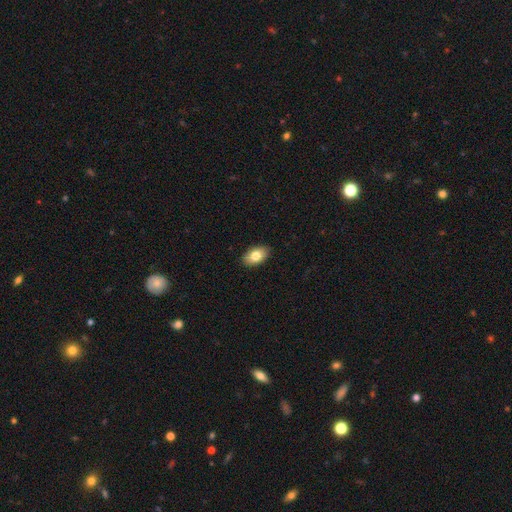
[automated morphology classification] A smooth galaxy with no disk features (80%) that is in between round and cigar-shaped (91%).

Vote fractions:
- Smooth or featured? smooth: 80% / featured or disk: 13% / star or artifact: 7%
- How rounded? in between: 91% / round: 8% / cigar-shaped: 1%
- Merging? none: 89% / minor disturbance: 8% / major disturbance: 2% / merger: 1%